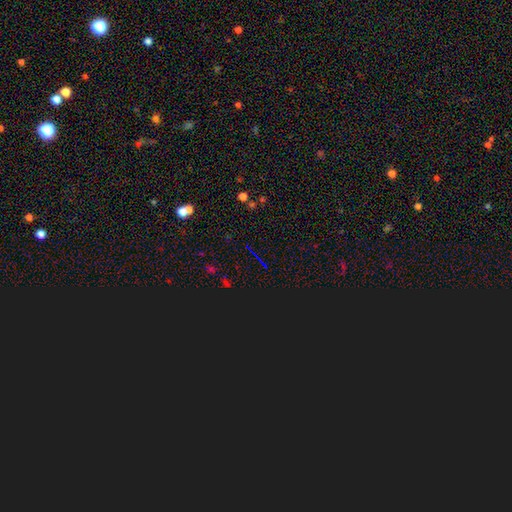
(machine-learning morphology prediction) The model was most divided on "smooth or featured": star or artifact: 74%, smooth: 15%, featured or disk: 12%.